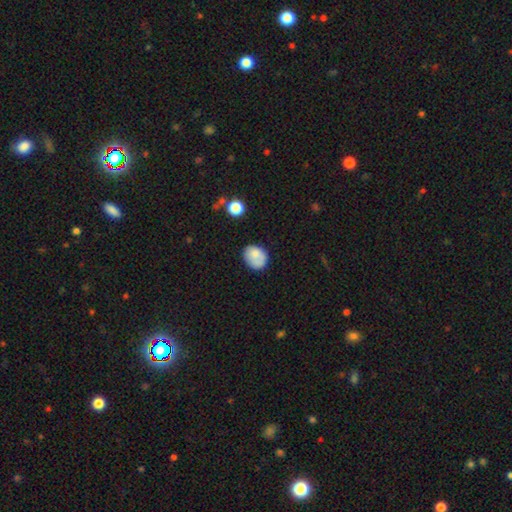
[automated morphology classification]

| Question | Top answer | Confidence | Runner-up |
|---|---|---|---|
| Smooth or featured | smooth | 78% | featured or disk (13%) |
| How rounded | in between | 51% | round (48%) |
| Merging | none | 64% | minor disturbance (25%) |